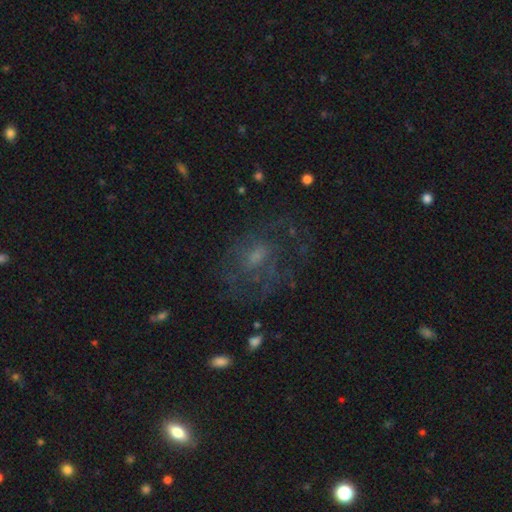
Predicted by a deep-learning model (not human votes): A featured or disk galaxy (55%) with no bar (57%), spiral arms (52%) and a small central bulge (39%). Merging: none (52%).